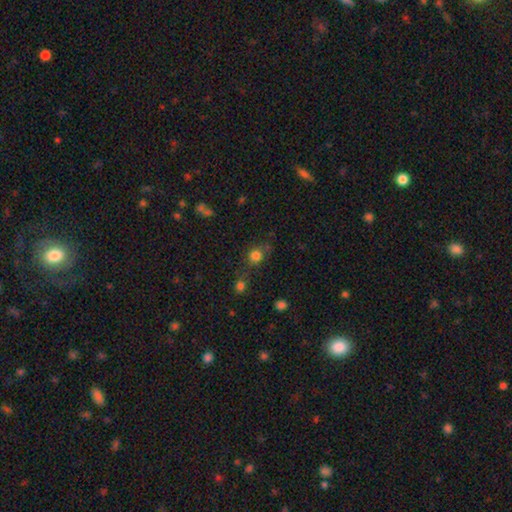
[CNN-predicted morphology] Smooth or featured? Predicted: smooth (p=0.78). How rounded? Predicted: round (p=0.83). Merging? Predicted: none (p=0.63).